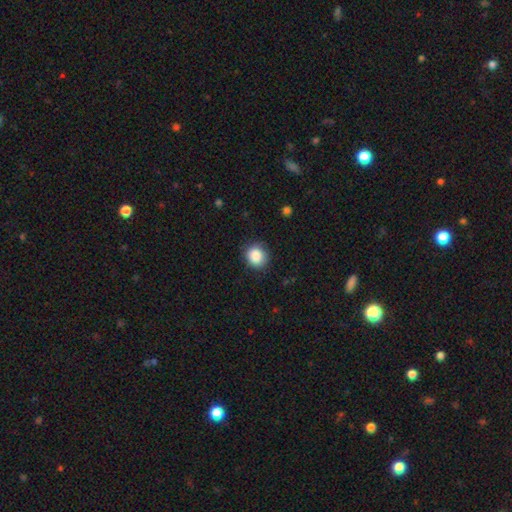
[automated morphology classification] smooth_or_featured: smooth (p=0.86) [alt: star or artifact p=0.09]
how_rounded: round (p=0.81) [alt: in between p=0.18]
merging: none (p=0.85) [alt: minor disturbance p=0.11]